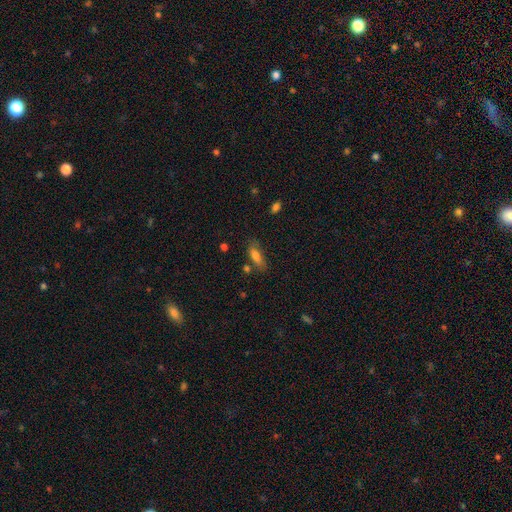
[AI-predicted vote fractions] Smooth or featured? smooth (76%)
How rounded? in between (69%)
Merging? none (68%)